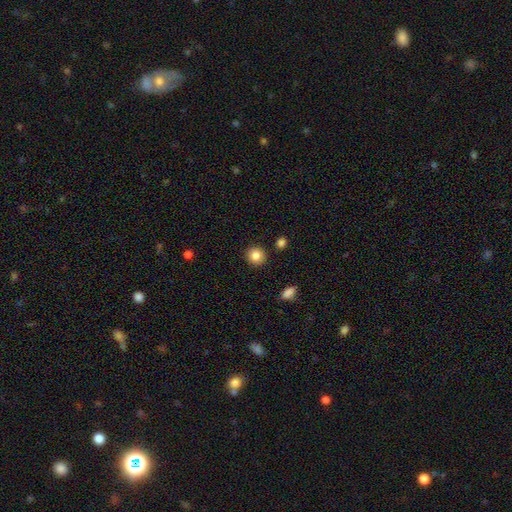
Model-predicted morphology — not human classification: Smooth or featured? Predicted: smooth (p=0.84). How rounded? Predicted: round (p=0.92). Merging? Predicted: none (p=0.91).